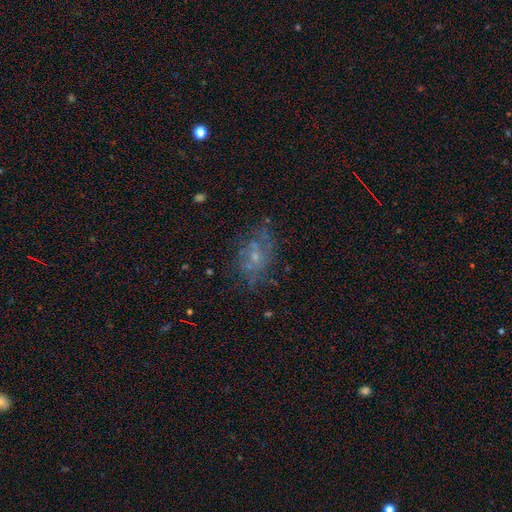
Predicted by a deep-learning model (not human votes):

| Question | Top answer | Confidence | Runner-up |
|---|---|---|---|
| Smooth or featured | featured or disk | 46% | smooth (33%) |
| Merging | none | 58% | minor disturbance (21%) |